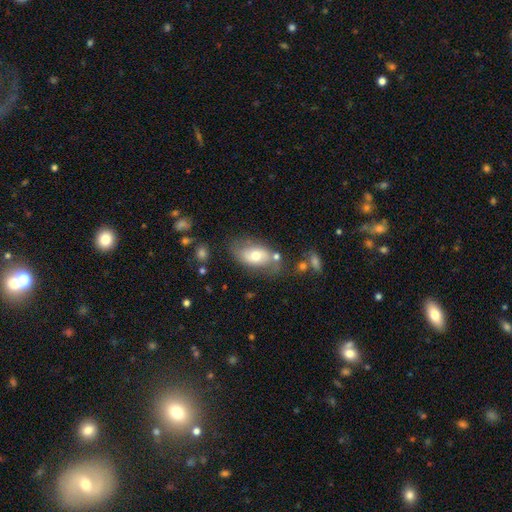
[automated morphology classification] Smooth or featured? Predicted: smooth (p=0.57). How rounded? Predicted: in between (p=0.89). Merging? Predicted: none (p=0.61).